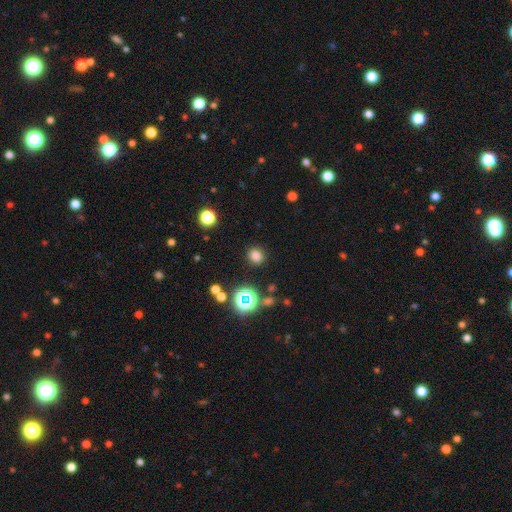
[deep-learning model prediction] Smooth or featured? smooth (77%)
How rounded? round (84%)
Merging? none (89%)